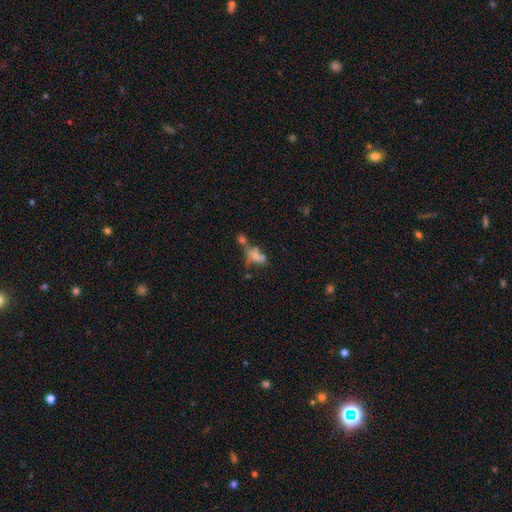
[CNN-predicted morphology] The model was most divided on "merging": merger: 45%, none: 25%, major disturbance: 17%, minor disturbance: 13%. More confident: how rounded — in between (74%); smooth or featured — smooth (52%).